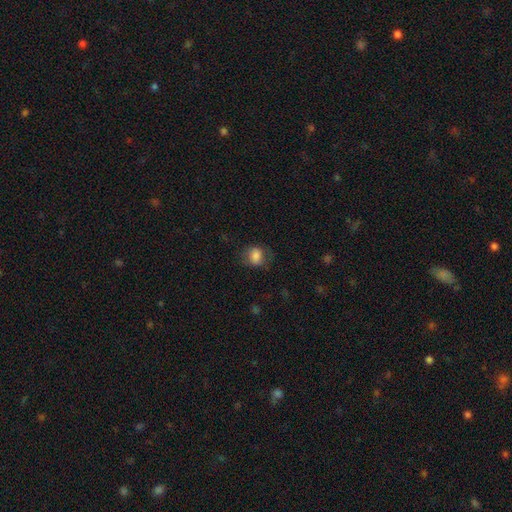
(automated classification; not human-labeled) smooth 80%, featured or disk 11%, star or artifact 9%. Down the decision tree: how rounded — in between (51%); merging — none (67%).